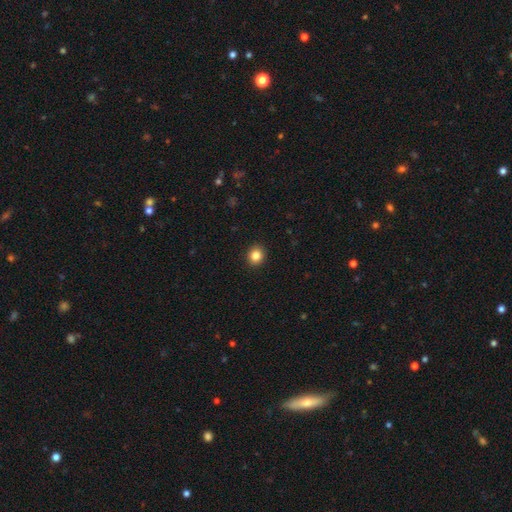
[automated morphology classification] A smooth galaxy with no disk features (85%) that is round (81%).

Vote fractions:
- Smooth or featured? smooth: 85% / star or artifact: 10% / featured or disk: 4%
- How rounded? round: 81% / in between: 19% / cigar-shaped: 1%
- Merging? none: 92% / minor disturbance: 5% / major disturbance: 2% / merger: 1%